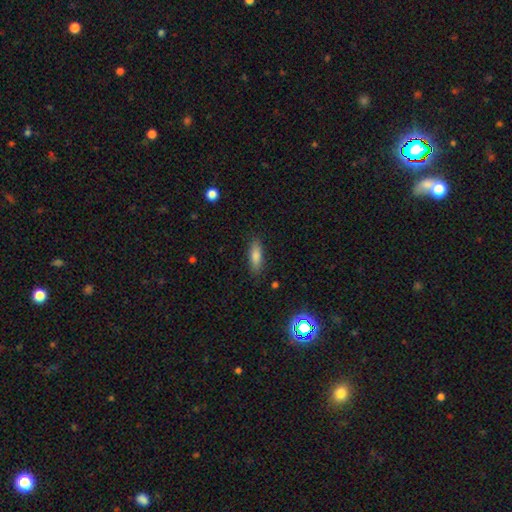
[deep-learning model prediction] The model was most divided on "how rounded": in between: 55%, cigar-shaped: 42%, round: 3%. More confident: merging — none (86%); smooth or featured — smooth (78%).